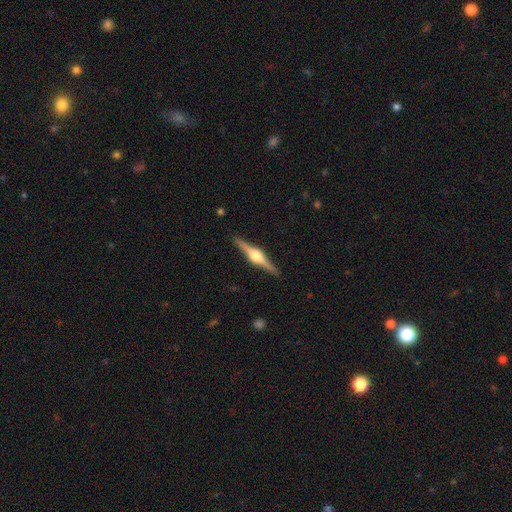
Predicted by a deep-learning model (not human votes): smooth-or-featured: featured or disk: 84% | smooth: 11% | star or artifact: 5%
  disk-edge-on: yes: 98% | no: 2%
    edge-on-bulge: rounded: 94% | boxy: 5% | none: 2%
  merging: none: 91% | minor disturbance: 6% | major disturbance: 1% | merger: 1%